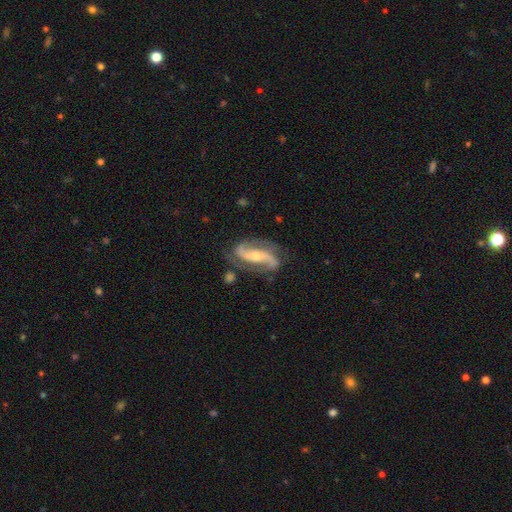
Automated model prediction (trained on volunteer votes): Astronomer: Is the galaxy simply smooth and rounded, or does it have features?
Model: featured or disk — 89%.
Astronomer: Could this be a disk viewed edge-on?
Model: no — 94%.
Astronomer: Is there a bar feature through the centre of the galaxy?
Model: strong — 38% (runner-up: no, 35%).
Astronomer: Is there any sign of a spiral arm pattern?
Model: yes — 97%.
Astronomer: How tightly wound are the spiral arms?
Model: loose — 45% (runner-up: medium, 40%).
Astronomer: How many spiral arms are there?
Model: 2 — 92%.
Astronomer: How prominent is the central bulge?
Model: small — 51% (runner-up: moderate, 44%).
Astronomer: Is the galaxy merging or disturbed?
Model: none — 75%.